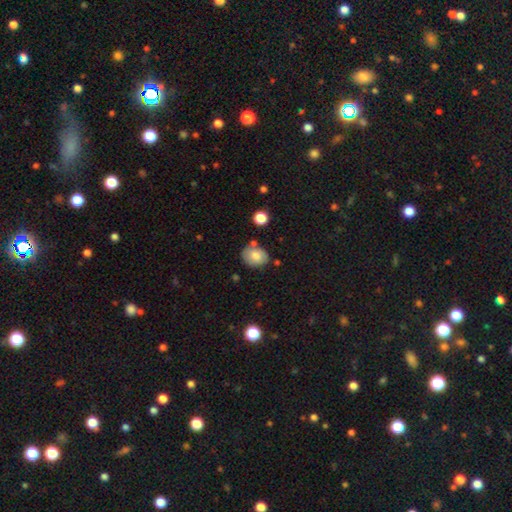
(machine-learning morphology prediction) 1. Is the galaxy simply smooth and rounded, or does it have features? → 78% smooth, 13% featured or disk, 9% star or artifact.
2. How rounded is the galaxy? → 54% round, 45% in between, 1% cigar-shaped.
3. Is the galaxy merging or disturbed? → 70% none, 18% minor disturbance, 9% merger, 4% major disturbance.